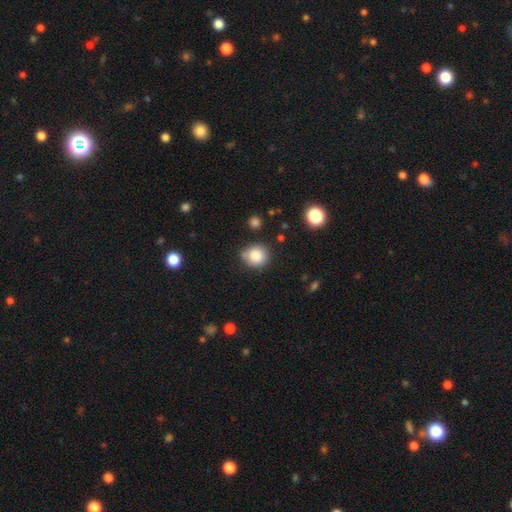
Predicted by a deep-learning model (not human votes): Morphology: type=smooth (85%); roundness=round (87%); merging=none (73%).